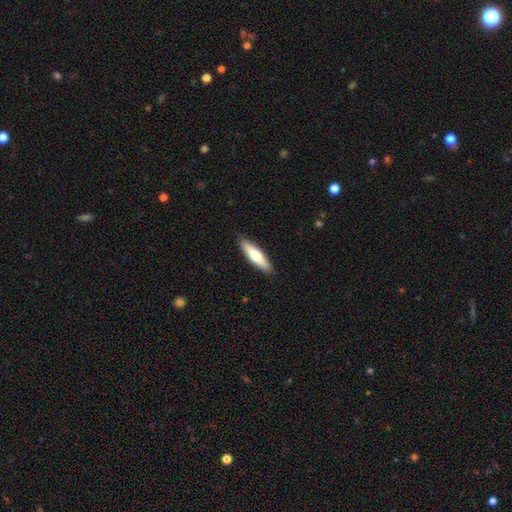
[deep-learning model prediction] smooth-or-featured: smooth: 63% | featured or disk: 32% | star or artifact: 5%
  how-rounded: cigar-shaped: 69% | in between: 30% | round: 2%
  merging: none: 89% | minor disturbance: 8% | major disturbance: 2% | merger: 1%